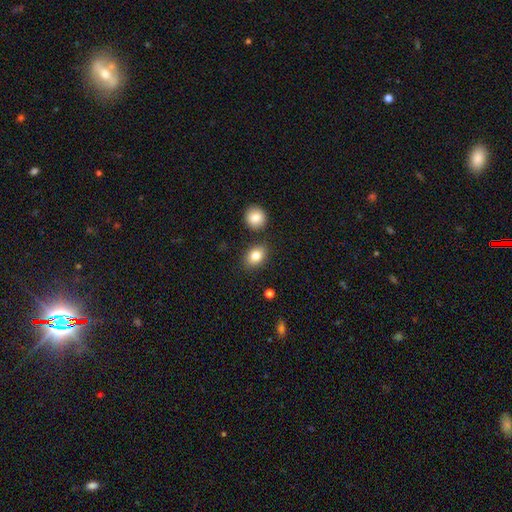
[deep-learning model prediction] A smooth galaxy with no disk features (83%) that is in between round and cigar-shaped (69%). Merging: none (81%).